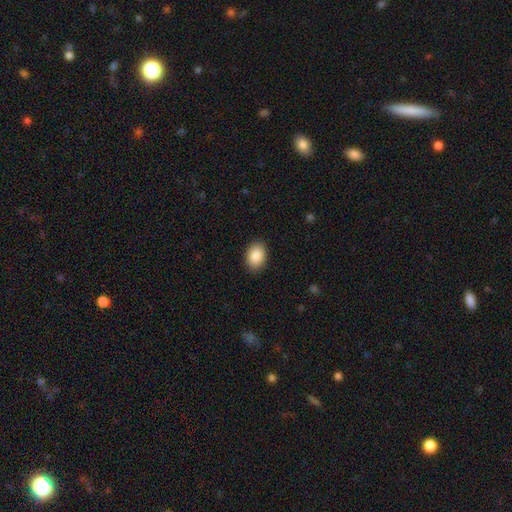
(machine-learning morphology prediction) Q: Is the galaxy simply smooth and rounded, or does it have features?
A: smooth — 88%.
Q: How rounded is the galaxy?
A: in between — 80%.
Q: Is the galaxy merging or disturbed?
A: none — 89%.